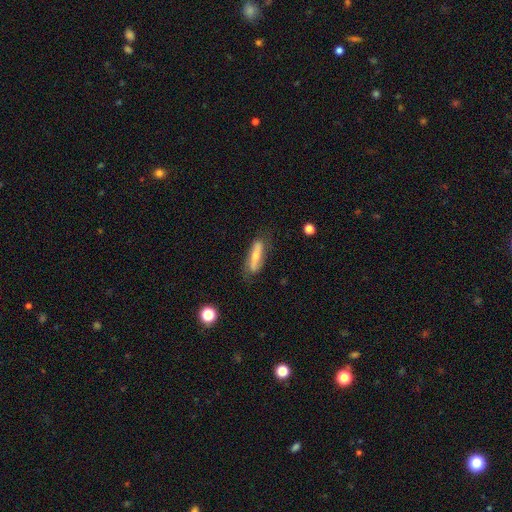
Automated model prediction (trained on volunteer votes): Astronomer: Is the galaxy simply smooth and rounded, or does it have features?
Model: featured or disk — 47% (runner-up: smooth, 46%).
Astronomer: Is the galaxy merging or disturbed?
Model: none — 69%.